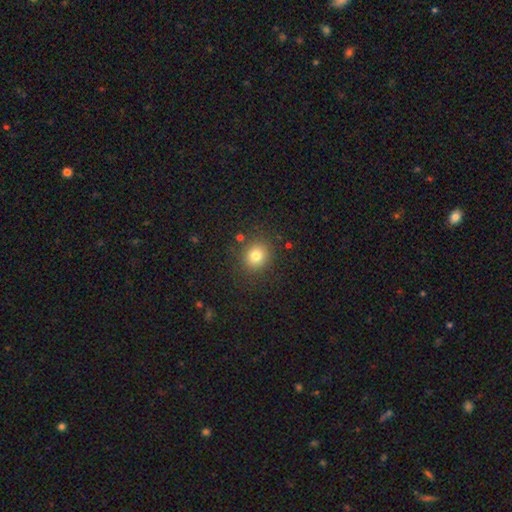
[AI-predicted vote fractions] This is likely a smooth galaxy (78%). How rounded: clearly round (86%). Merging: clearly none (86%).